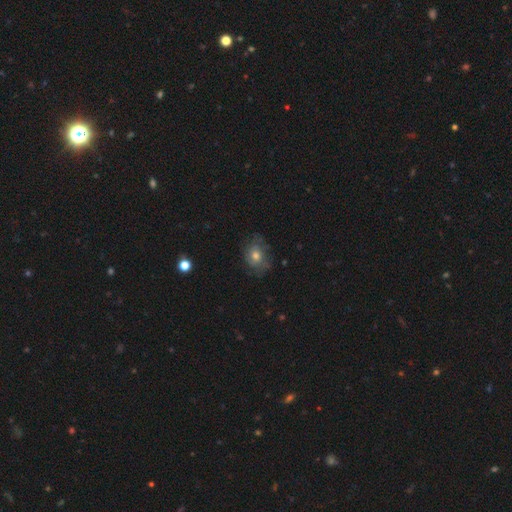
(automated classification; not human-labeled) Smooth or featured: smooth — 55% (featured or disk — 33%)
How rounded: in between — 52% (round — 47%)
Merging: none — 66% (minor disturbance — 23%)